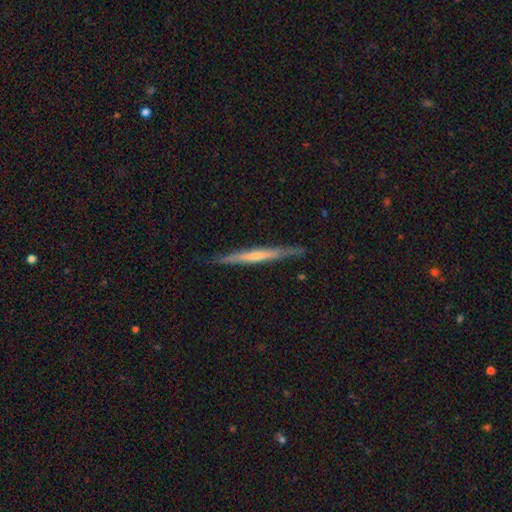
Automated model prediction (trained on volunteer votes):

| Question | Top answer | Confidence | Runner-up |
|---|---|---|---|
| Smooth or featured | featured or disk | 71% | smooth (22%) |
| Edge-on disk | yes | 97% | no (3%) |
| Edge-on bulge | rounded | 60% | none (34%) |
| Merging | none | 90% | minor disturbance (8%) |